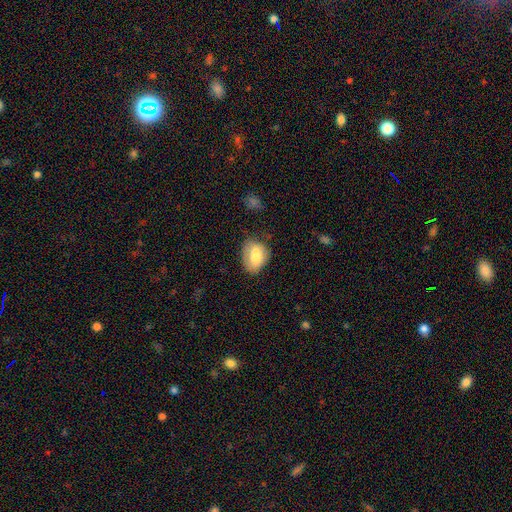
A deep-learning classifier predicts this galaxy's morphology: This appears to be a smooth galaxy with no disk features (73%) that is in between round and cigar-shaped (74%). Merging: none (57%).